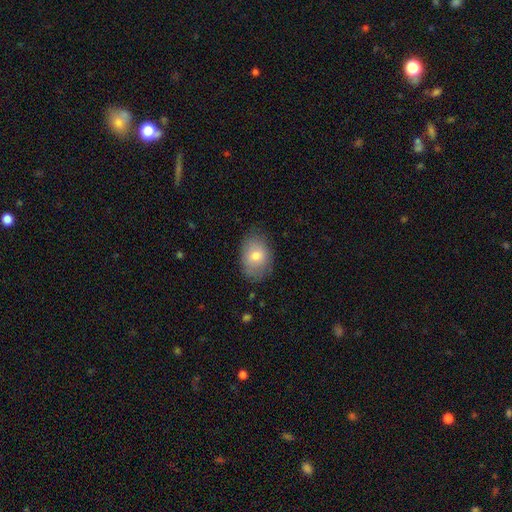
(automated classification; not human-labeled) Smooth or featured: smooth — 77% (featured or disk — 15%)
How rounded: in between — 79% (round — 19%)
Merging: none — 77% (minor disturbance — 17%)